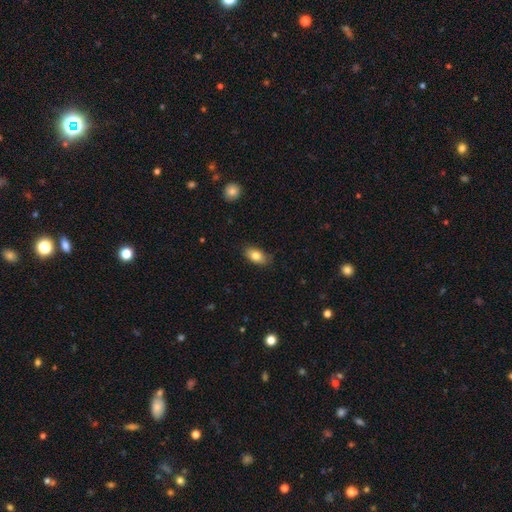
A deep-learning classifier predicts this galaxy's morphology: smooth 81%, featured or disk 12%, star or artifact 8%. Down the decision tree: how rounded — in between (90%); merging — none (83%).